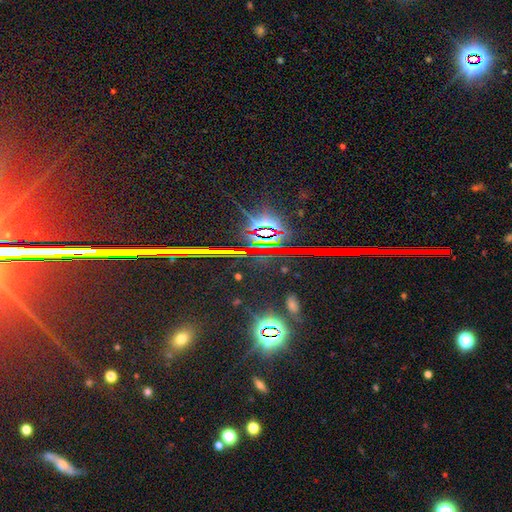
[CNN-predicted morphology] smooth_or_featured: star or artifact (p=0.83) [alt: featured or disk p=0.09]